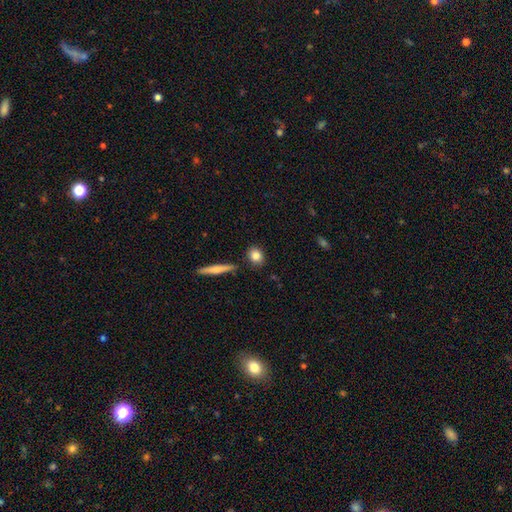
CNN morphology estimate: This is clearly a smooth galaxy (83%). How rounded: possibly round (56%). Merging: clearly none (84%).